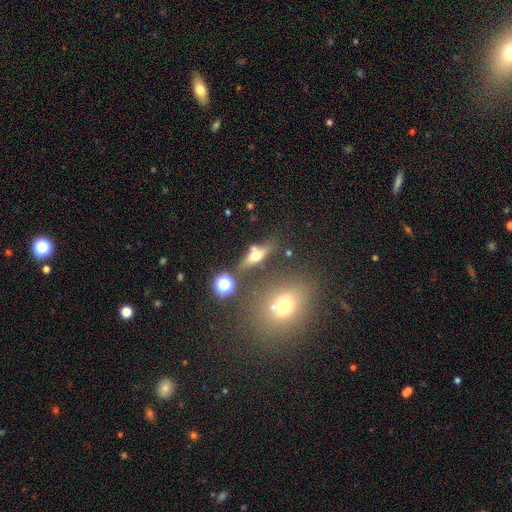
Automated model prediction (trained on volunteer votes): The model was most divided on "smooth or featured": smooth: 43%, featured or disk: 42%, star or artifact: 15%. More confident: merging — none (61%).